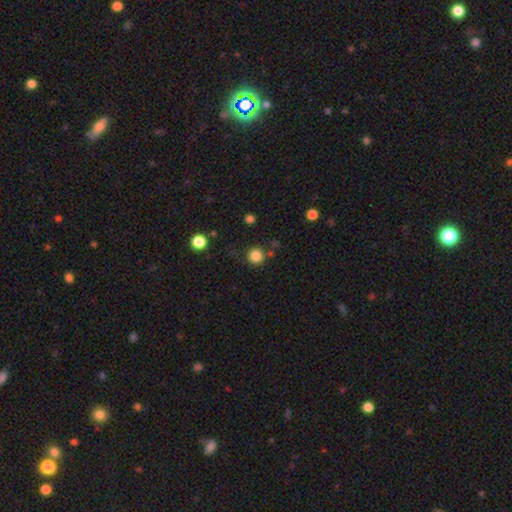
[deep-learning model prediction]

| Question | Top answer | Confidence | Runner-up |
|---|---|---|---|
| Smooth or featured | smooth | 84% | star or artifact (12%) |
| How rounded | round | 95% | in between (4%) |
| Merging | none | 84% | minor disturbance (9%) |